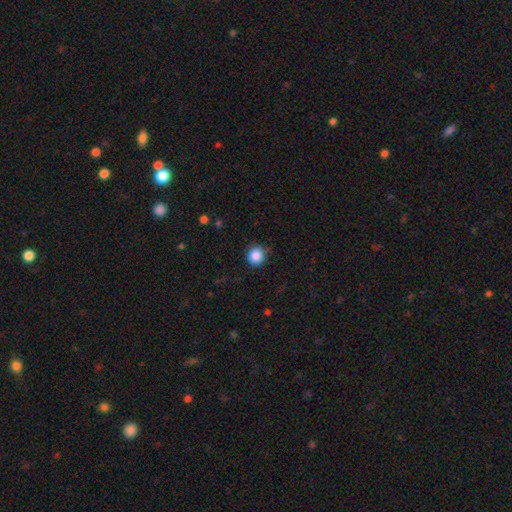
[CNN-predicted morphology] A smooth galaxy with no disk features (87%) that is round (92%). Merging: none (84%).